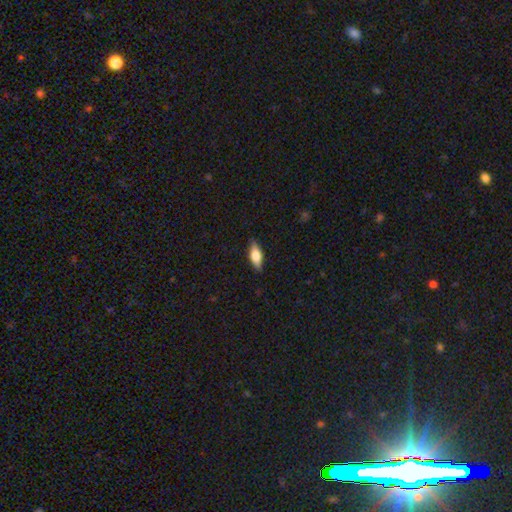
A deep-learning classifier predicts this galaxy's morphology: Overall: smooth (61%; featured or disk 32%). How rounded: in between (73%). Merging: none (85%).